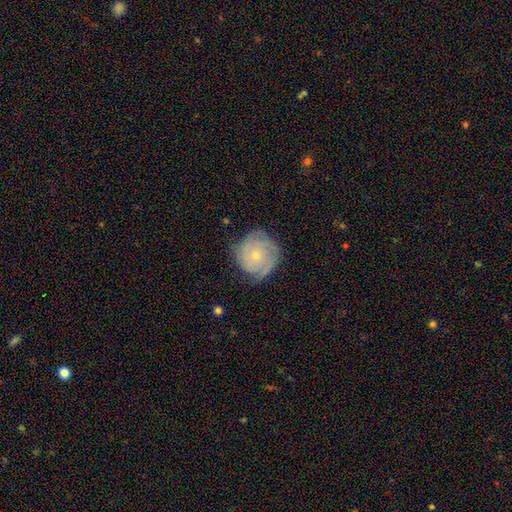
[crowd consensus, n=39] Smooth or featured?
  - featured or disk: 77% *
  - smooth: 18%
  - star or artifact: 5%
Edge-on disk?
  - no: 93% *
  - yes: 7%
Bar?
  - no: 93% *
  - weak: 7%
  - strong: 0%
Spiral arms?
  - yes: 100% *
  - no: 0%
Spiral winding?
  - tight: 82% *
  - medium: 11%
  - loose: 7%
Spiral arm count?
  - can't tell: 32% *
  - 2: 29%
  - 3: 21%
  - 4: 14%
  - 1: 4%
  - more than 4: 0%
Bulge size?
  - small: 61% *
  - moderate: 39%
  - dominant: 0%
  - large: 0%
  - none: 0%
Merging?
  - none: 76% *
  - minor disturbance: 19%
  - major disturbance: 3%
  - merger: 3%